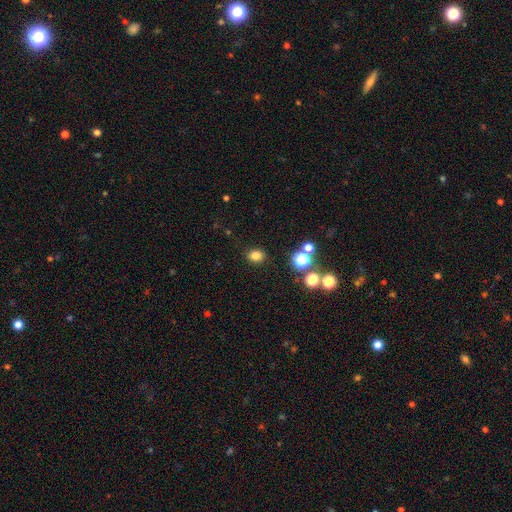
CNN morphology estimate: Smooth or featured? smooth (79%)
How rounded? in between (52%)
Merging? none (86%)